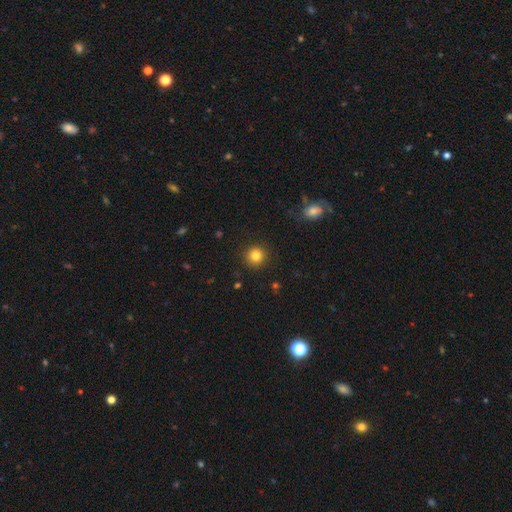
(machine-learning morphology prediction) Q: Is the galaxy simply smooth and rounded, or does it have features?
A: smooth — 84%.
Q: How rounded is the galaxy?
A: round — 94%.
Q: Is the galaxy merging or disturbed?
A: none — 91%.